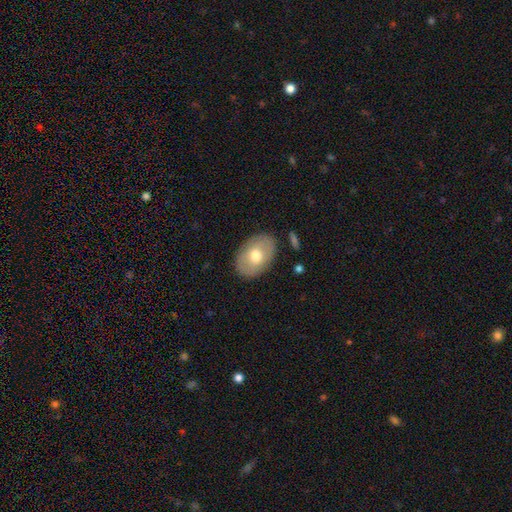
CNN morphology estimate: This is likely a smooth galaxy (65%). How rounded: clearly in between (84%). Merging: clearly none (85%).